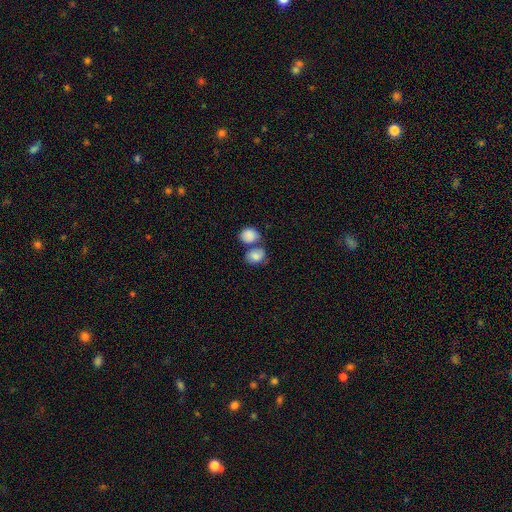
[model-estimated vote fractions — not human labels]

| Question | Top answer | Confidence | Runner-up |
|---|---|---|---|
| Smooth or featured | smooth | 80% | featured or disk (12%) |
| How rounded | in between | 54% | round (45%) |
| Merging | merger | 49% | none (34%) |